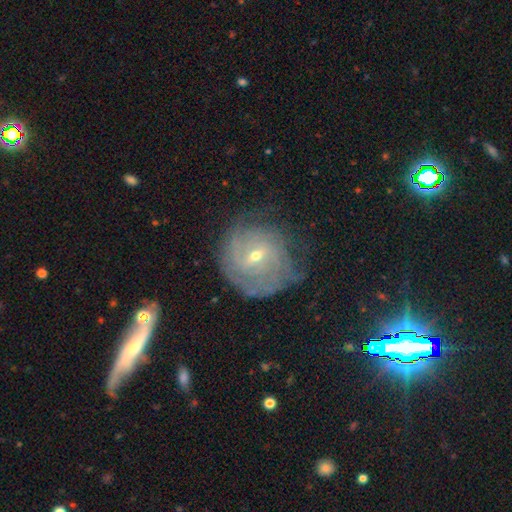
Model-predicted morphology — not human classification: smooth-or-featured: featured or disk: 77% | smooth: 15% | star or artifact: 8%
  disk-edge-on: no: 96% | yes: 4%
    bar: weak: 53% | no: 32% | strong: 15%
    has-spiral-arms: yes: 88% | no: 12%
      spiral-winding: tight: 67% | medium: 24% | loose: 9%
      spiral-arm-count: can't tell: 50% | 2: 19% | 3: 12% | 4: 9% | 1: 5% | more than 4: 5%
    bulge-size: small: 62% | moderate: 35% | large: 1% | none: 1% | dominant: 1%
  merging: none: 61% | minor disturbance: 23% | major disturbance: 14% | merger: 2%